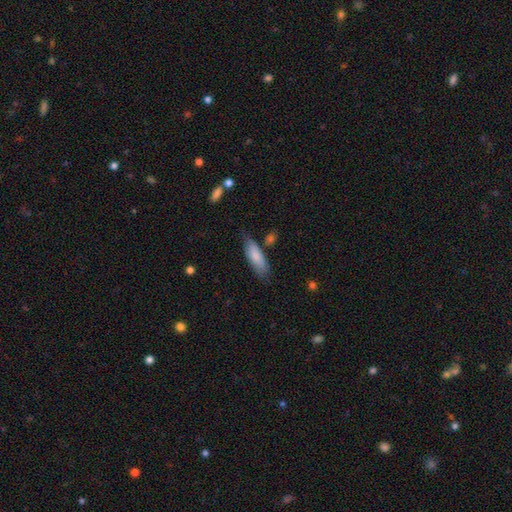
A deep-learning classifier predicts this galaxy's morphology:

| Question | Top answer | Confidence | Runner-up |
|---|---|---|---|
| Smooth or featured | smooth | 82% | featured or disk (13%) |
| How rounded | in between | 57% | cigar-shaped (42%) |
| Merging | none | 68% | minor disturbance (22%) |